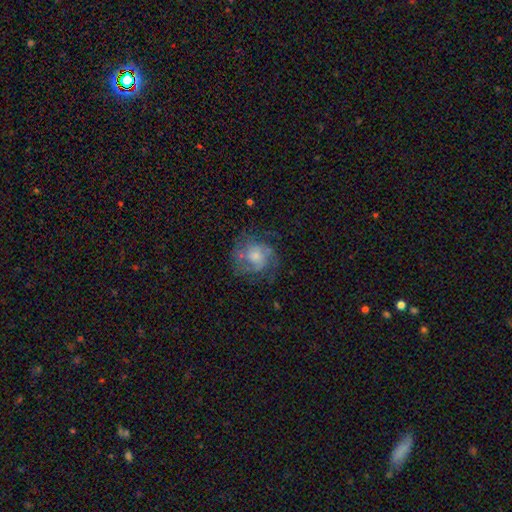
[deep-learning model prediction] Morphology: type=featured or disk (66%); edge-on=no (98%); bar=no (75%); spiral arms=yes (83%); winding=tight (43%); arm count=can't tell (34%); bulge=small (46%); merging=none (67%).